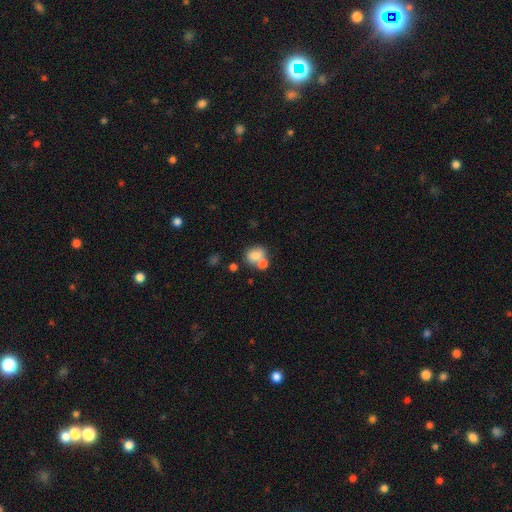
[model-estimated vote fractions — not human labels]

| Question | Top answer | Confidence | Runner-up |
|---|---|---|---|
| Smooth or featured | smooth | 77% | featured or disk (13%) |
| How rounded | in between | 53% | round (46%) |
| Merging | merger | 45% | none (39%) |